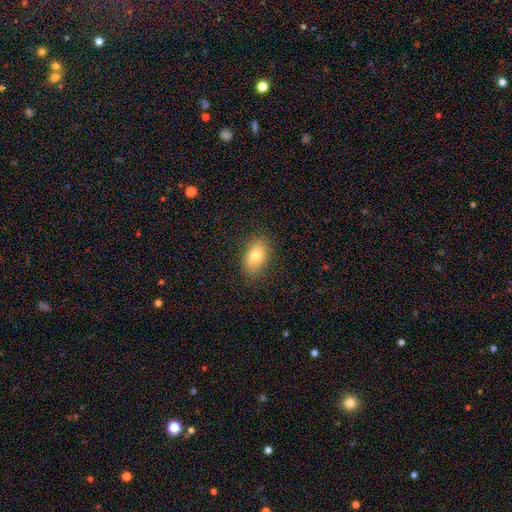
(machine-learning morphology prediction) This is likely a smooth galaxy (75%). How rounded: clearly in between (88%). Merging: clearly none (85%).